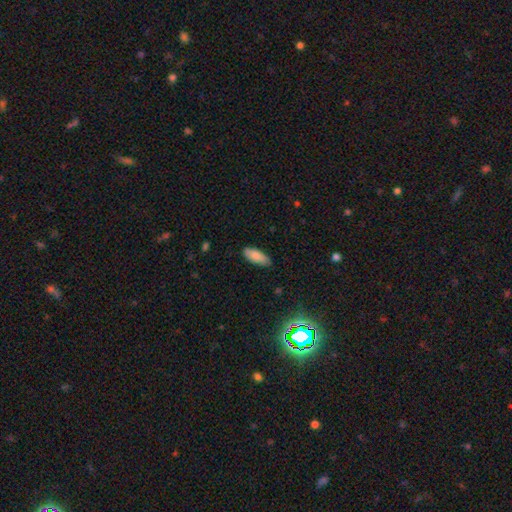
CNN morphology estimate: smooth-or-featured: smooth: 84% | featured or disk: 9% | star or artifact: 7%
  how-rounded: in between: 78% | cigar-shaped: 20% | round: 2%
  merging: none: 83% | minor disturbance: 14% | major disturbance: 2% | merger: 1%